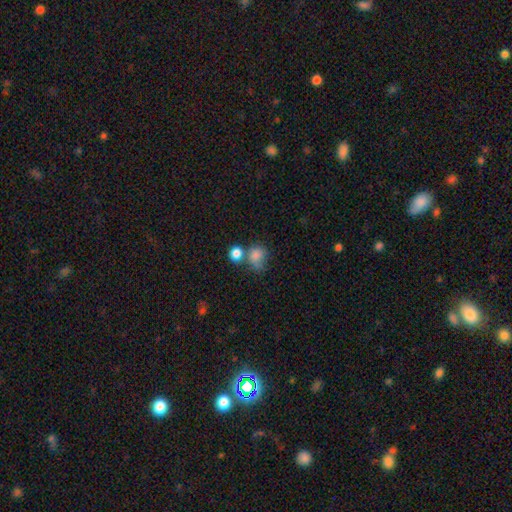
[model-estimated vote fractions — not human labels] This appears to be a smooth galaxy with no disk features (80%) that is round (71%). Merging: none (42%).